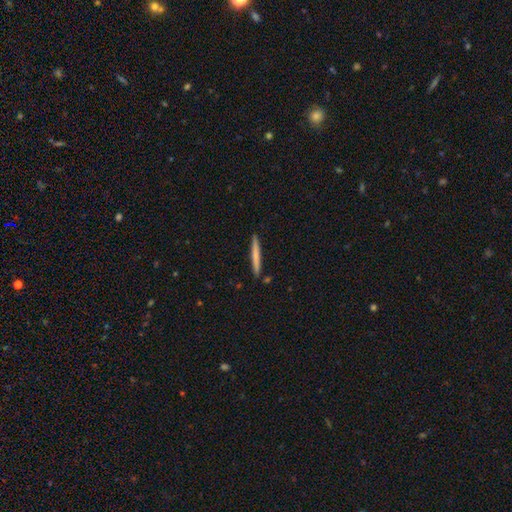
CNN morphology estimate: Smooth or featured?
  - smooth: 67% *
  - featured or disk: 28%
  - star or artifact: 5%
How rounded?
  - cigar-shaped: 97% *
  - in between: 2%
  - round: 1%
Merging?
  - none: 90% *
  - minor disturbance: 6%
  - merger: 2%
  - major disturbance: 1%